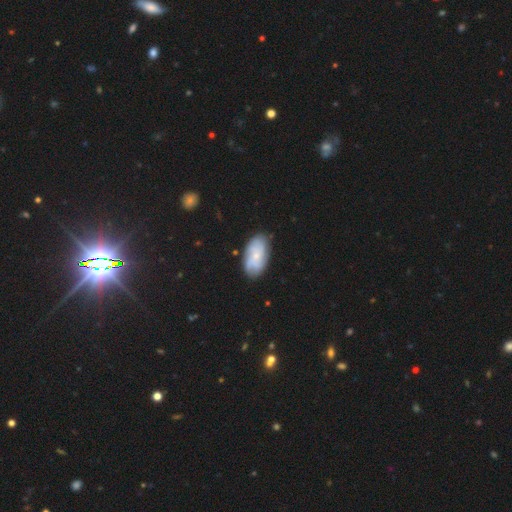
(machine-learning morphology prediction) Smooth or featured: featured or disk — 49% (smooth — 44%)
Merging: none — 76% (minor disturbance — 18%)